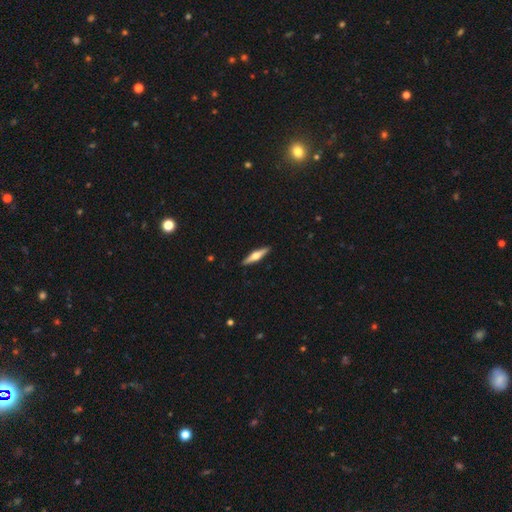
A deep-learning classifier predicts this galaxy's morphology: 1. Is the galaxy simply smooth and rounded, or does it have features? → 63% featured or disk, 32% smooth, 5% star or artifact.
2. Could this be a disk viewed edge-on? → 97% yes, 3% no.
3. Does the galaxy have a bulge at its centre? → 94% rounded, 4% boxy, 2% none.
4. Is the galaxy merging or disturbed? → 92% none, 6% minor disturbance, 1% major disturbance, 1% merger.